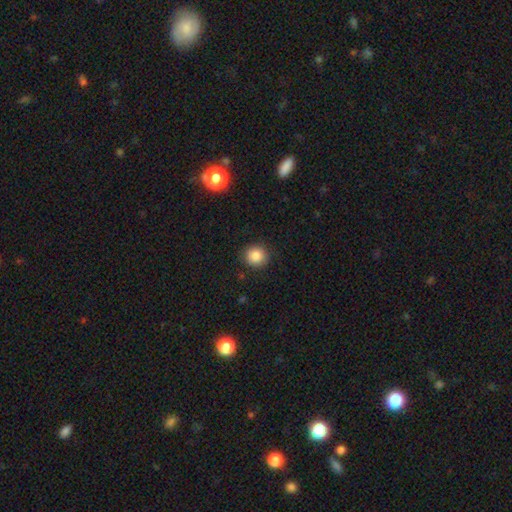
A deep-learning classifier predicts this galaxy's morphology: Smooth or featured?
  - smooth: 85% *
  - star or artifact: 10%
  - featured or disk: 5%
How rounded?
  - round: 90% *
  - in between: 9%
  - cigar-shaped: 1%
Merging?
  - none: 90% *
  - minor disturbance: 7%
  - major disturbance: 2%
  - merger: 1%